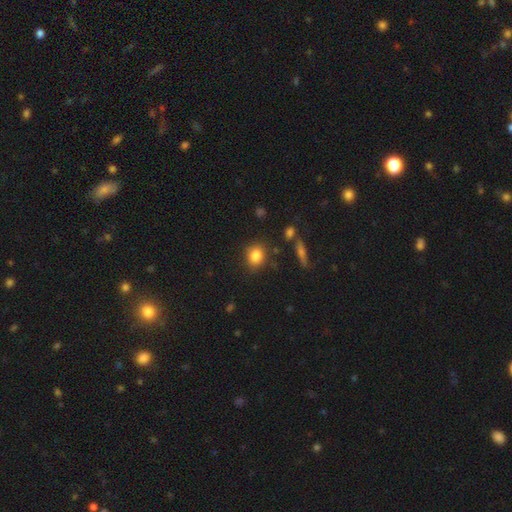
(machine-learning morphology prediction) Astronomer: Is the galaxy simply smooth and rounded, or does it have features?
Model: smooth — 84%.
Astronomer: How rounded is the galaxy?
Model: round — 59% (runner-up: in between, 39%).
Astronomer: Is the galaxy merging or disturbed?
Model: none — 81%.